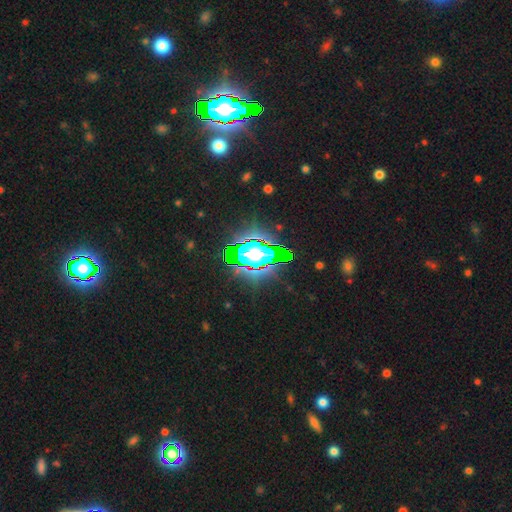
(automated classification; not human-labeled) A star or artifact, not a galaxy (65%).

Vote fractions:
- Smooth or featured? star or artifact: 65% / featured or disk: 19% / smooth: 16%